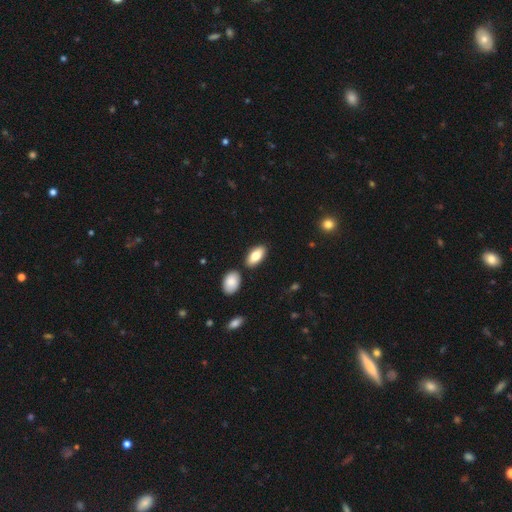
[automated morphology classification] Smooth or featured? Predicted: smooth (p=0.81). How rounded? Predicted: in between (p=0.91). Merging? Predicted: none (p=0.82).